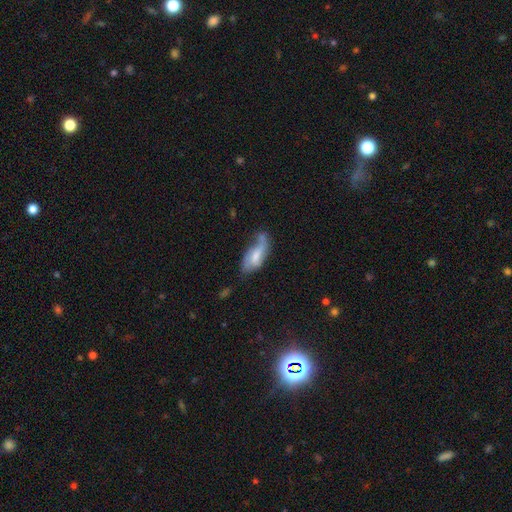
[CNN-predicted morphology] The model was most divided on "merging": none: 36%, minor disturbance: 32%, major disturbance: 24%, merger: 8%. Remaining: smooth or featured — featured or disk (50%).